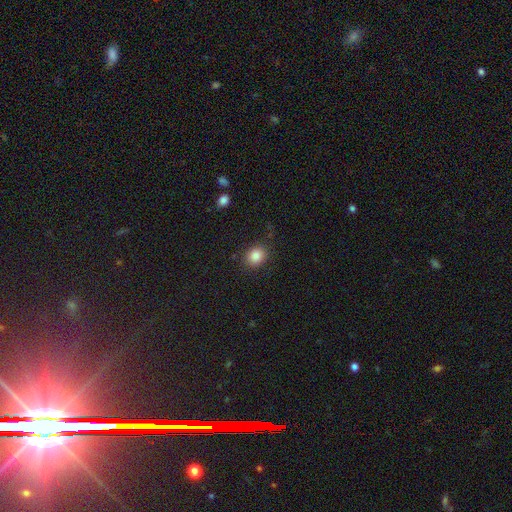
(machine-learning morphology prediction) Overall: smooth (85%). How rounded: round (62%; in between 37%). Merging: none (86%).